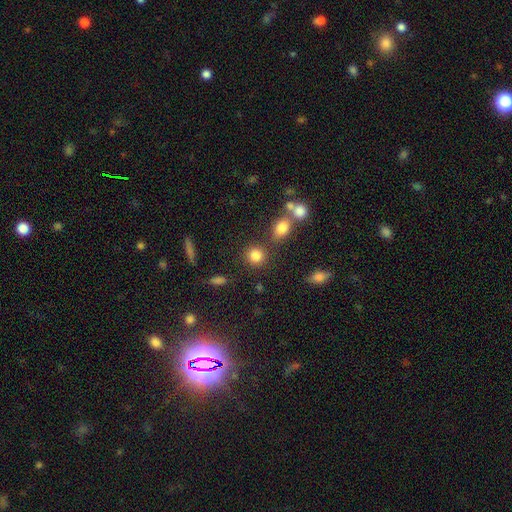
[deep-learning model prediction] A smooth galaxy with no disk features (82%) that is round (85%).

Vote fractions:
- Smooth or featured? smooth: 82% / star or artifact: 12% / featured or disk: 6%
- How rounded? round: 85% / in between: 13% / cigar-shaped: 1%
- Merging? none: 76% / merger: 10% / minor disturbance: 9% / major disturbance: 4%